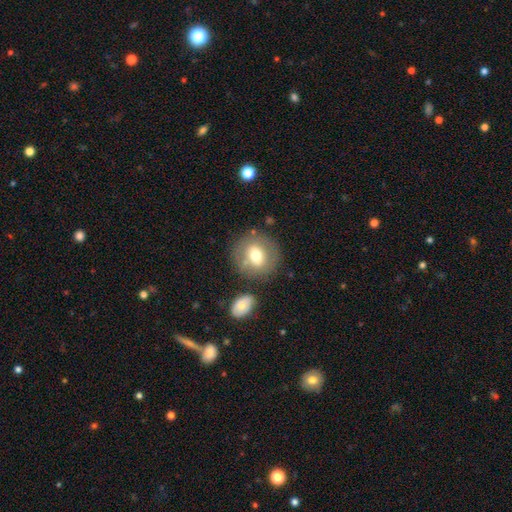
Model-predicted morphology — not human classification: Smooth or featured? smooth (62%)
How rounded? round (81%)
Merging? none (73%)